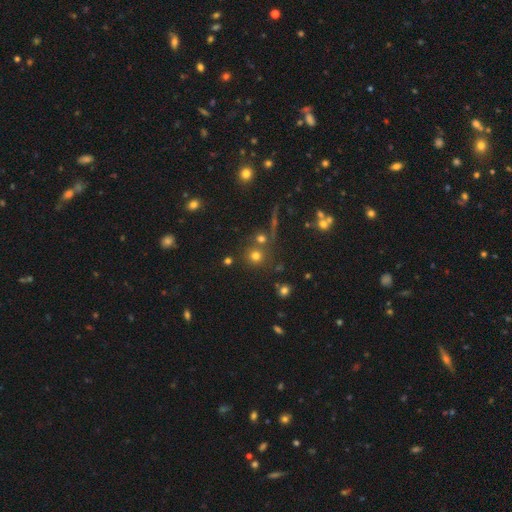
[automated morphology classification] Smooth or featured? smooth (70%)
How rounded? round (92%)
Merging? none (69%)